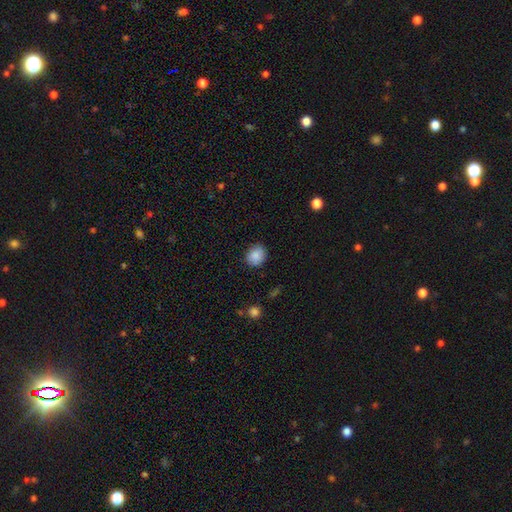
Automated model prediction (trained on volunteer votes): smooth 87%, star or artifact 8%, featured or disk 4%. Down the decision tree: how rounded — round (65%); merging — none (84%).